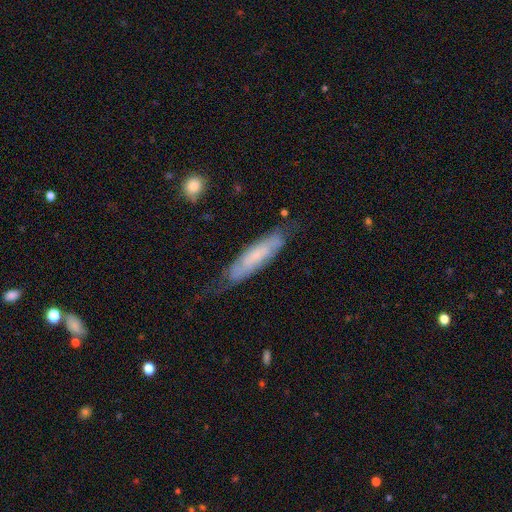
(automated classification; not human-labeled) This appears to be a featured or disk galaxy (47%). Merging: none (57%).